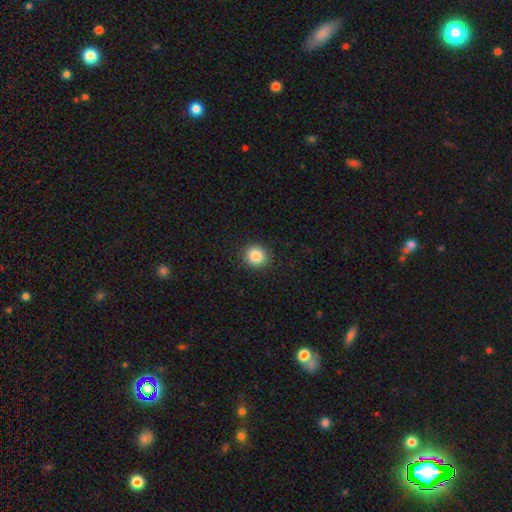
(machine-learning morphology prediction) This appears to be a smooth galaxy with no disk features (85%) that is round (86%). Merging: none (91%).